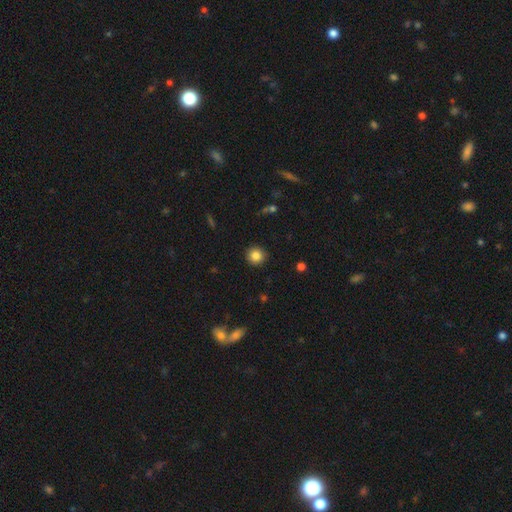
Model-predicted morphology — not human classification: type=smooth (84%); roundness=round (93%); merging=none (91%).